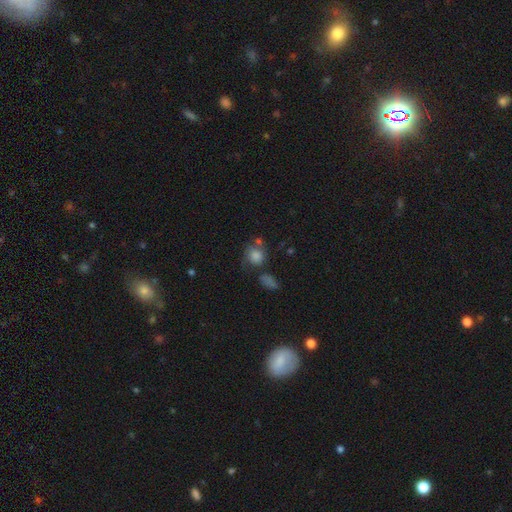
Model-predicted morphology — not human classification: A smooth galaxy with no disk features (79%) that is round (71%). Merging: none (49%).